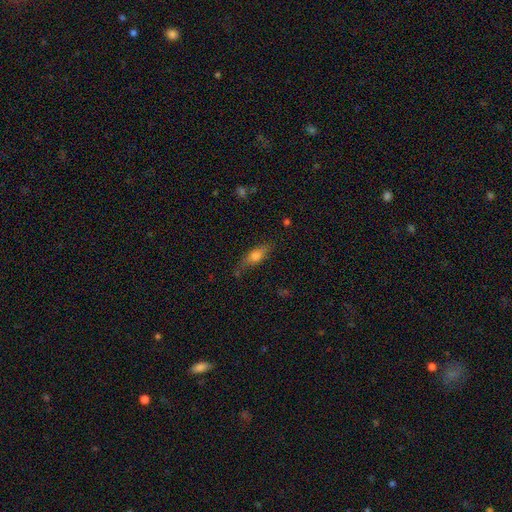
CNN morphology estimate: Q: Smooth or featured?
A: smooth (69%); runner-up: featured or disk (23%)
Q: How rounded?
A: in between (64%); runner-up: cigar-shaped (32%)
Q: Merging?
A: none (67%); runner-up: minor disturbance (23%)